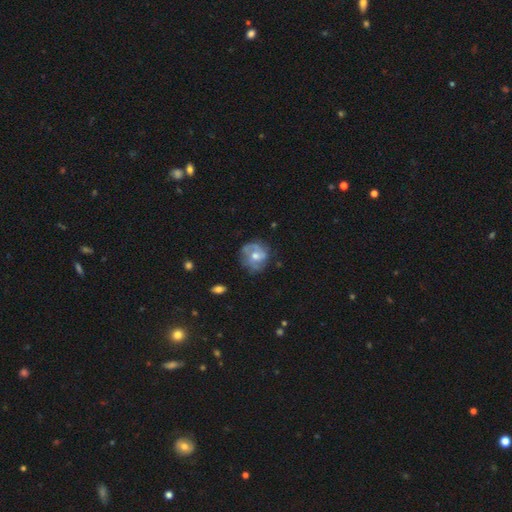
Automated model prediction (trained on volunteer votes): smooth_or_featured: featured or disk (p=0.62) [alt: smooth p=0.31]
disk_edge_on: no (p=0.97) [alt: yes p=0.03]
bar: no (p=0.68) [alt: weak p=0.27]
has_spiral_arms: yes (p=0.76) [alt: no p=0.24]
bulge_size: moderate (p=0.64) [alt: small p=0.29]
merging: none (p=0.63) [alt: minor disturbance p=0.24]